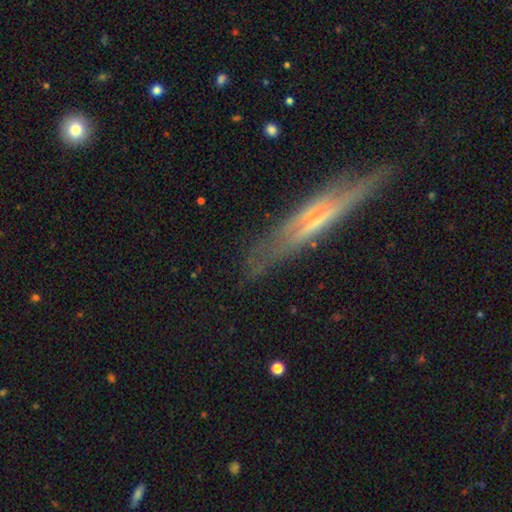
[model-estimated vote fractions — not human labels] Morphology: type=featured or disk (67%); edge-on=yes (86%); edge-on bulge=none (47%); merging=none (81%).